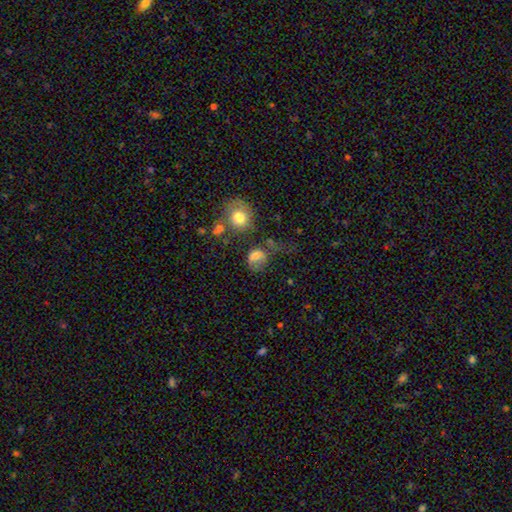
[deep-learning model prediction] Q: Smooth or featured?
A: smooth (69%); runner-up: featured or disk (18%)
Q: How rounded?
A: round (54%); runner-up: in between (44%)
Q: Merging?
A: none (34%); runner-up: major disturbance (30%)